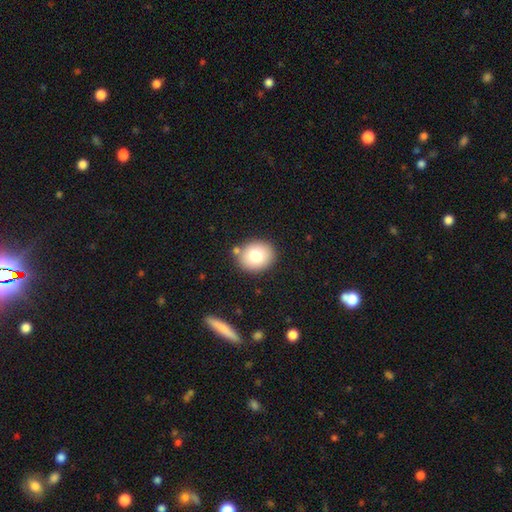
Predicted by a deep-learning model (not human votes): A smooth galaxy with no disk features (77%) that is round (60%).

Vote fractions:
- Smooth or featured? smooth: 77% / featured or disk: 14% / star or artifact: 9%
- How rounded? round: 60% / in between: 39% / cigar-shaped: 1%
- Merging? none: 82% / minor disturbance: 10% / merger: 6% / major disturbance: 3%